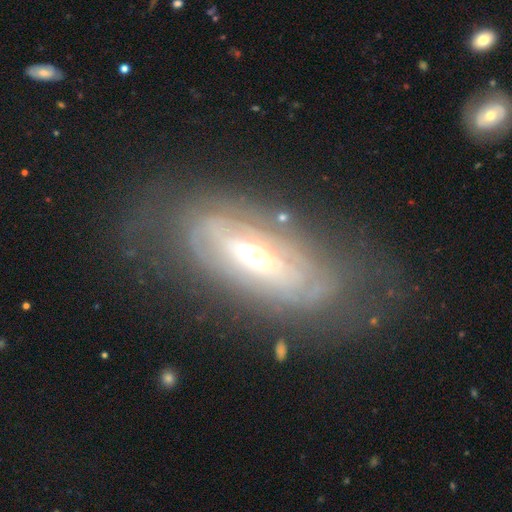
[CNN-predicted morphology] Smooth or featured: featured or disk — 80% (smooth — 14%)
Edge-on disk: no — 82% (yes — 18%)
Bar: no — 54% (weak — 28%)
Spiral arms: yes — 71% (no — 29%)
Bulge size: moderate — 66% (small — 22%)
Merging: none — 65% (minor disturbance — 20%)